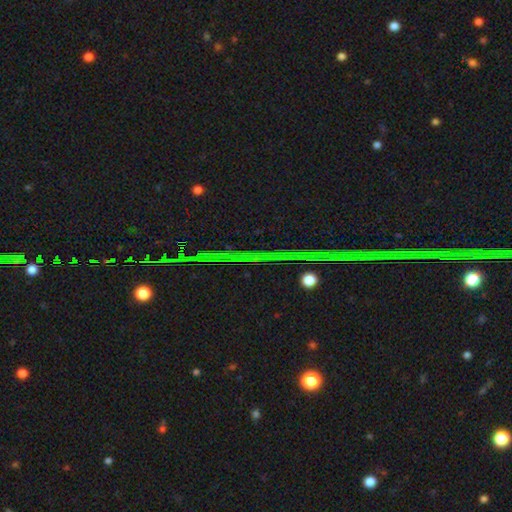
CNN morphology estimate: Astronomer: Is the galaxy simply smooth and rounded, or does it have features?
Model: star or artifact — 86%.